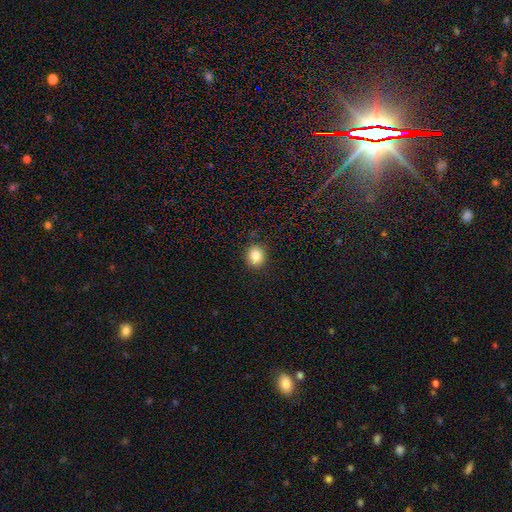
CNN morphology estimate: The model was most divided on "how rounded": round: 74%, in between: 25%, cigar-shaped: 1%. More confident: merging — none (90%); smooth or featured — smooth (85%).